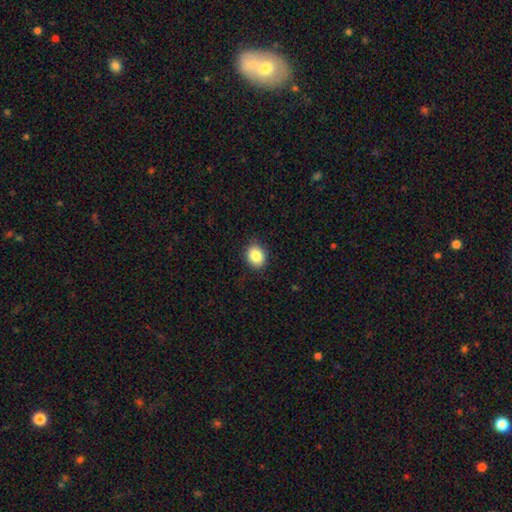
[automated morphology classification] type=smooth (86%); roundness=round (57%); merging=none (89%).